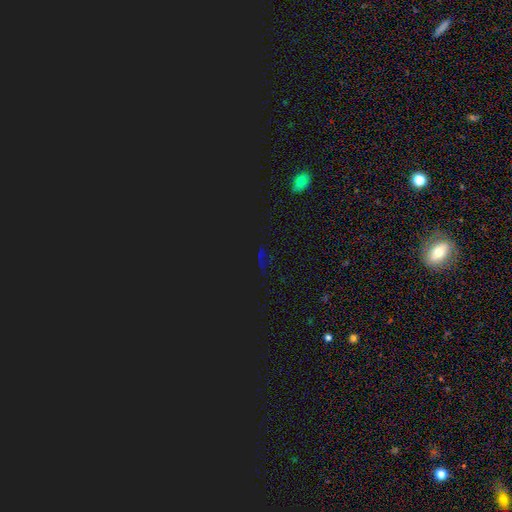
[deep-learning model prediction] This appears to be a star or artifact, not a galaxy (80%).